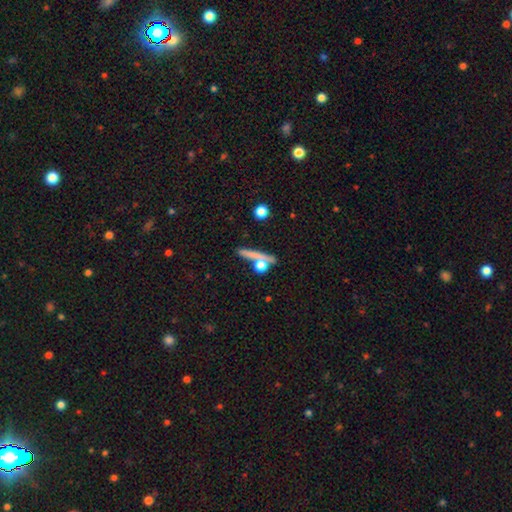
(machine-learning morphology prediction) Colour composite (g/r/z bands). It shows a smooth galaxy with no disk features (58%) that is cigar-shaped (62%). Merging: none (63%).